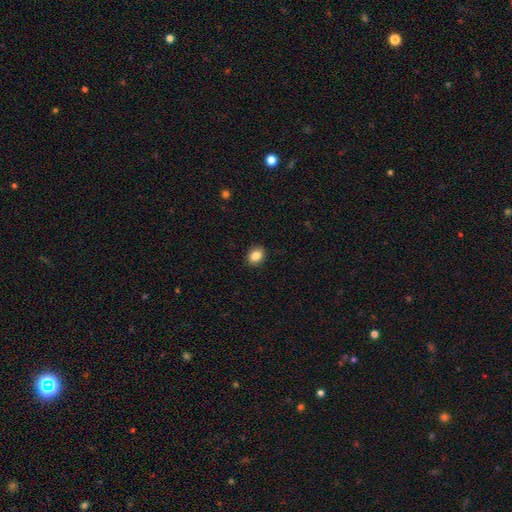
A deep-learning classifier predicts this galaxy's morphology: Smooth or featured? smooth (85%)
How rounded? in between (52%)
Merging? none (91%)